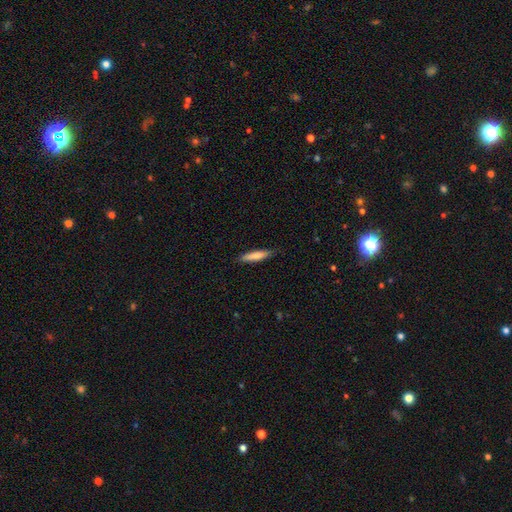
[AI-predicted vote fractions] Smooth or featured: smooth — 79% (featured or disk — 16%)
How rounded: cigar-shaped — 86% (in between — 13%)
Merging: none — 85% (minor disturbance — 12%)